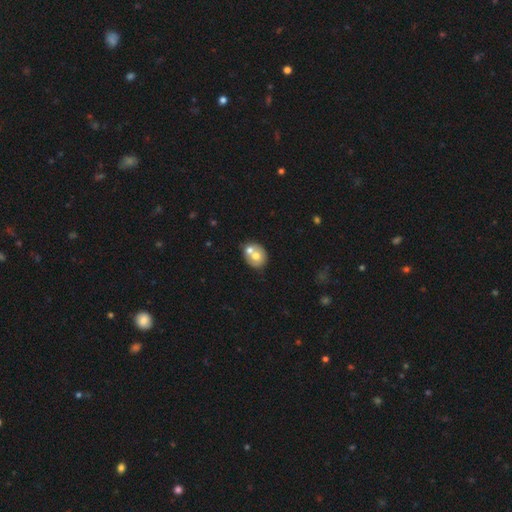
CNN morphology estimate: This appears to be a smooth galaxy with no disk features (61%) that is round (59%). Merging: merger (48%).